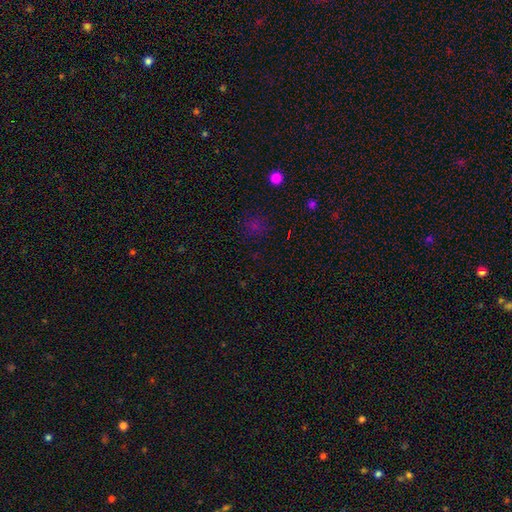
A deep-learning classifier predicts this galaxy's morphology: The model was most divided on "smooth or featured": star or artifact: 53%, smooth: 40%, featured or disk: 7%.